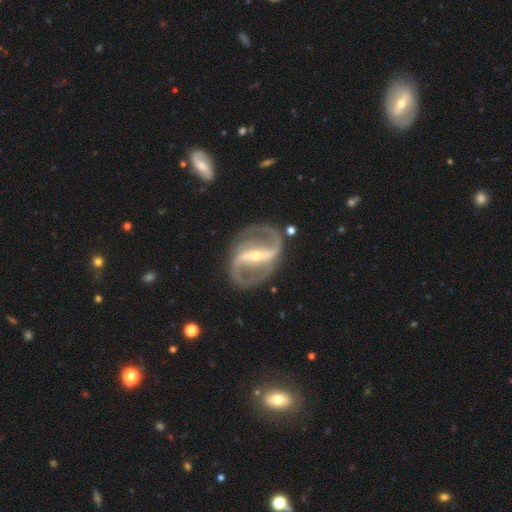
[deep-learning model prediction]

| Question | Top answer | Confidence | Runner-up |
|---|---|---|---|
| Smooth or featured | featured or disk | 92% | star or artifact (5%) |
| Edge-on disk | no | 96% | yes (4%) |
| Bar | strong | 79% | weak (16%) |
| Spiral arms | yes | 96% | no (4%) |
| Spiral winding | medium | 50% | loose (32%) |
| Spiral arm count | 2 | 94% | can't tell (2%) |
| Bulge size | small | 67% | moderate (28%) |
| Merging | none | 83% | minor disturbance (11%) |